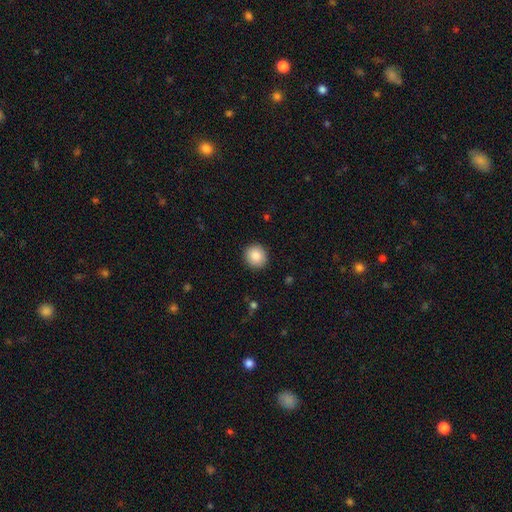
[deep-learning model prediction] Smooth or featured?
  - smooth: 87% *
  - star or artifact: 8%
  - featured or disk: 5%
How rounded?
  - round: 89% *
  - in between: 10%
  - cigar-shaped: 1%
Merging?
  - none: 91% *
  - minor disturbance: 6%
  - major disturbance: 2%
  - merger: 1%